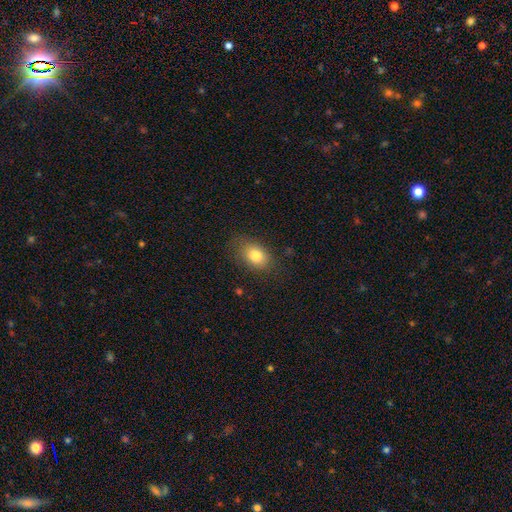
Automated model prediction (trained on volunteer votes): A smooth galaxy with no disk features (80%) that is in between round and cigar-shaped (76%).

Vote fractions:
- Smooth or featured? smooth: 80% / featured or disk: 11% / star or artifact: 9%
- How rounded? in between: 76% / round: 23% / cigar-shaped: 1%
- Merging? none: 78% / minor disturbance: 15% / major disturbance: 5% / merger: 1%